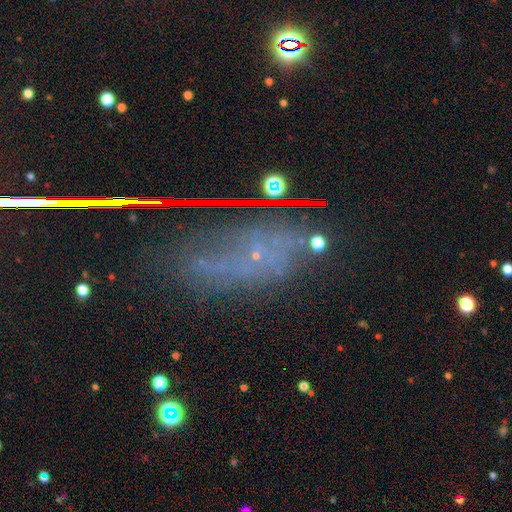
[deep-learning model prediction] smooth-or-featured: star or artifact: 40% | featured or disk: 37% | smooth: 23%